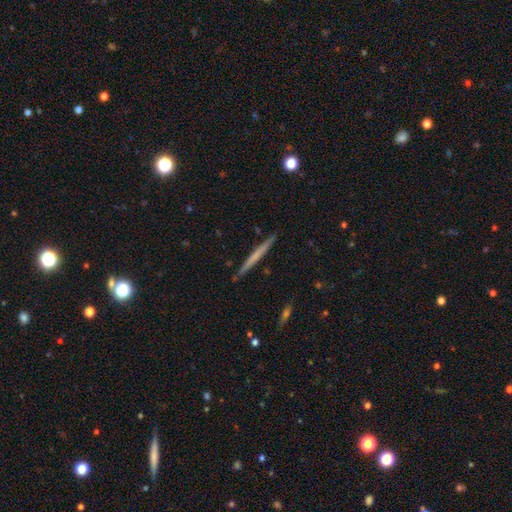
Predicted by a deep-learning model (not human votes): Morphology: type=featured or disk (49%); merging=none (90%).